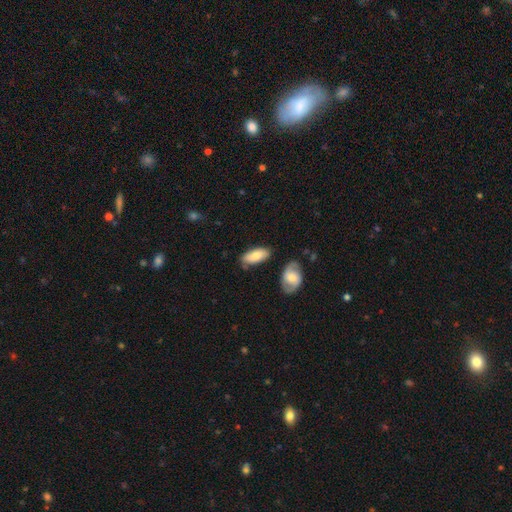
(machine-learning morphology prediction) A smooth galaxy with no disk features (79%) that is in between round and cigar-shaped (87%). Merging: none (75%).